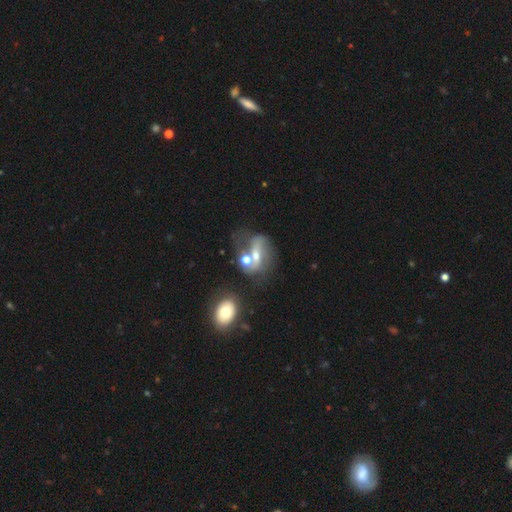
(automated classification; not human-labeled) Smooth or featured: featured or disk — 60% (smooth — 28%)
Edge-on disk: no — 93% (yes — 7%)
Bar: no — 40% (weak — 33%)
Spiral arms: yes — 66% (no — 34%)
Bulge size: moderate — 50% (small — 38%)
Merging: none — 33% (merger — 31%)